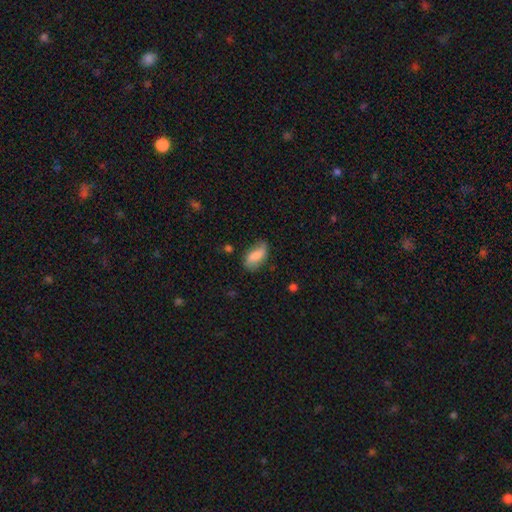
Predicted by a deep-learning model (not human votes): Morphology: type=smooth (75%); roundness=in between (88%); merging=none (60%).